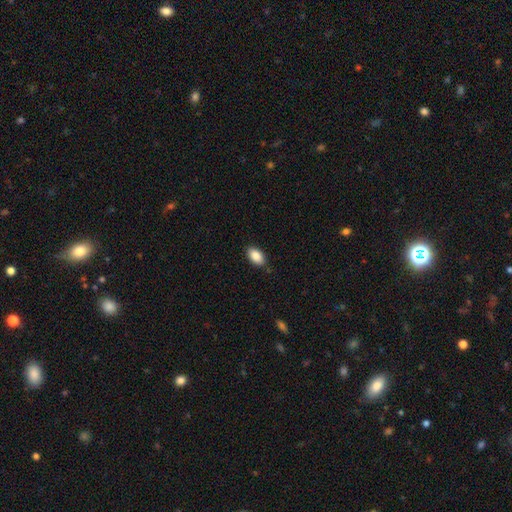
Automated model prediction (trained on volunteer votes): Smooth or featured?
  - smooth: 88% *
  - star or artifact: 7%
  - featured or disk: 5%
How rounded?
  - in between: 93% *
  - round: 4%
  - cigar-shaped: 2%
Merging?
  - none: 86% *
  - minor disturbance: 11%
  - major disturbance: 2%
  - merger: 1%